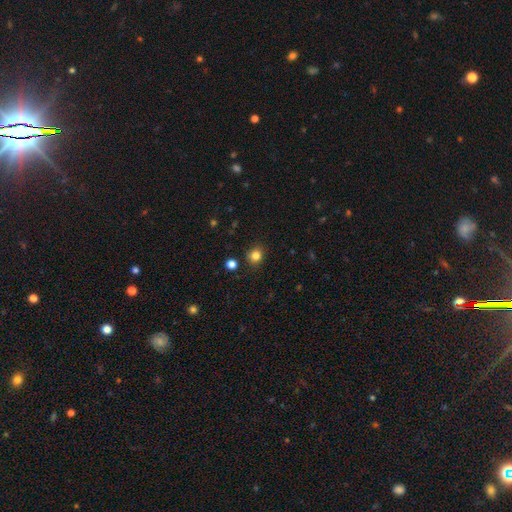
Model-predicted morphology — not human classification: Q: Smooth or featured?
A: smooth (82%); runner-up: star or artifact (13%)
Q: How rounded?
A: round (78%); runner-up: in between (22%)
Q: Merging?
A: none (85%); runner-up: minor disturbance (10%)